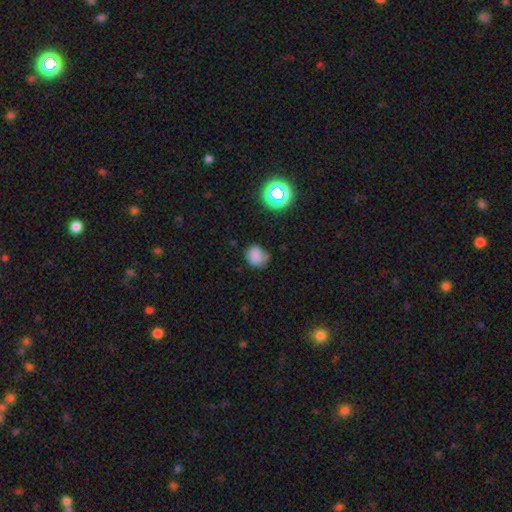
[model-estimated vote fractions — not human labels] A smooth galaxy with no disk features (76%) that is round (69%).

Vote fractions:
- Smooth or featured? smooth: 76% / star or artifact: 15% / featured or disk: 10%
- How rounded? round: 69% / in between: 30% / cigar-shaped: 1%
- Merging? none: 61% / minor disturbance: 28% / major disturbance: 8% / merger: 3%